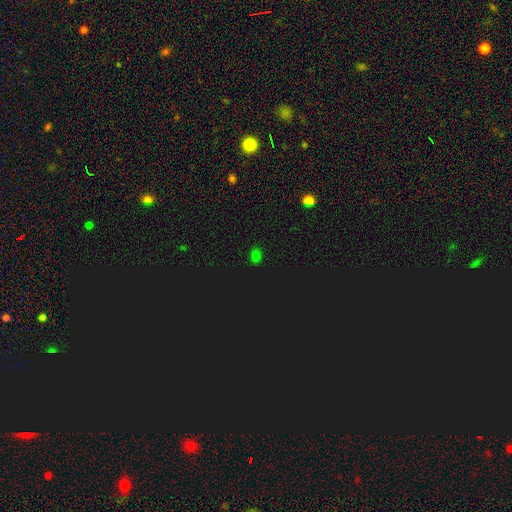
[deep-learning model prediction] A smooth galaxy with no disk features (68%) that is round (50%). Merging: none (87%).